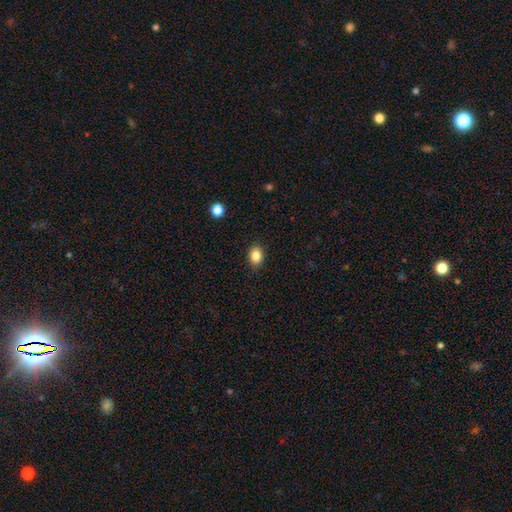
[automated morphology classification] smooth-or-featured: smooth: 85% | star or artifact: 10% | featured or disk: 6%
  how-rounded: in between: 68% | round: 31% | cigar-shaped: 1%
  merging: none: 89% | minor disturbance: 8% | major disturbance: 2% | merger: 1%